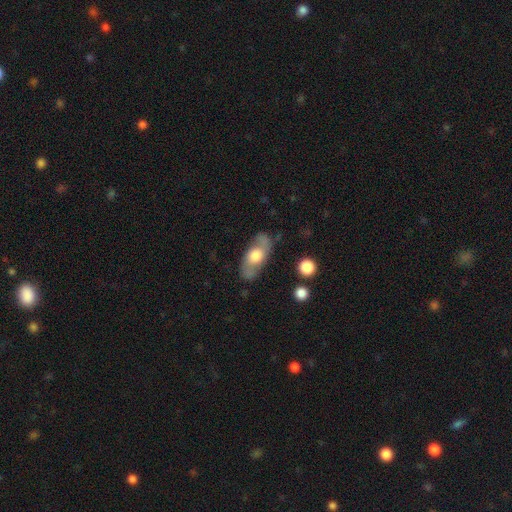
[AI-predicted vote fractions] Smooth or featured? Predicted: featured or disk (p=0.50). Merging? Predicted: none (p=0.75).